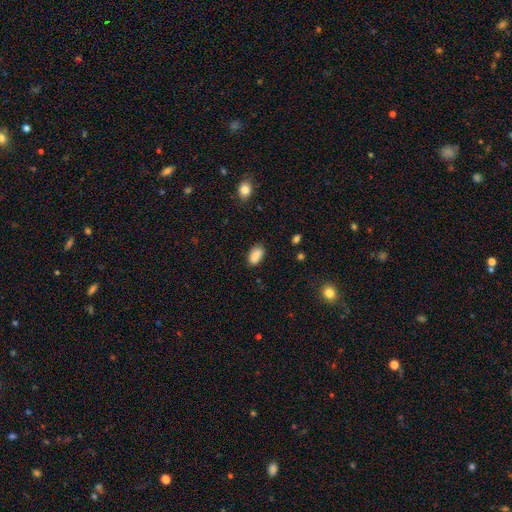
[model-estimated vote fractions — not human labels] Smooth or featured? Predicted: smooth (p=0.88). How rounded? Predicted: in between (p=0.92). Merging? Predicted: none (p=0.79).